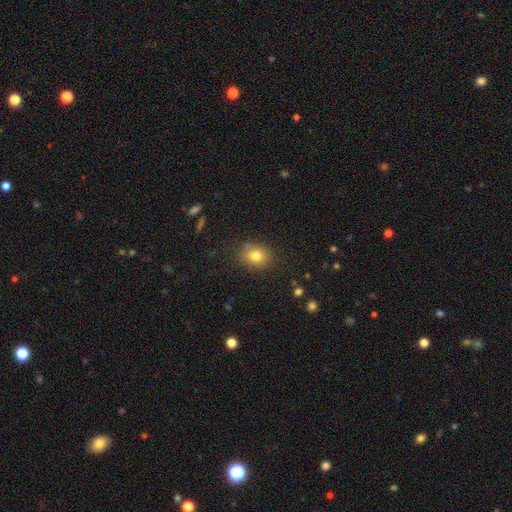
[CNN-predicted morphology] Smooth or featured: smooth — 79% (star or artifact — 12%)
How rounded: round — 59% (in between — 40%)
Merging: none — 79% (minor disturbance — 14%)